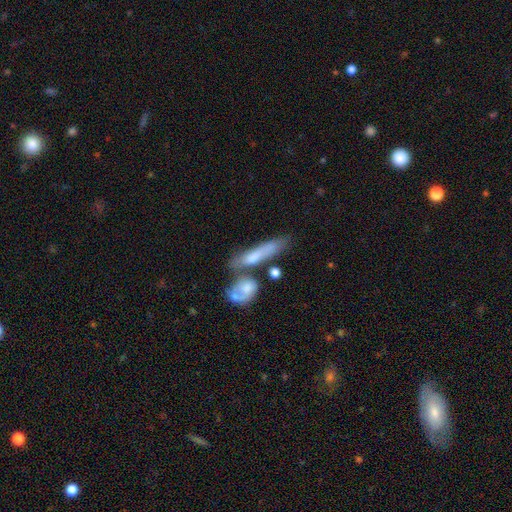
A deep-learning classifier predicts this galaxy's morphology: Q: Smooth or featured?
A: smooth (58%); runner-up: featured or disk (34%)
Q: How rounded?
A: cigar-shaped (73%); runner-up: in between (22%)
Q: Merging?
A: none (47%); runner-up: merger (27%)